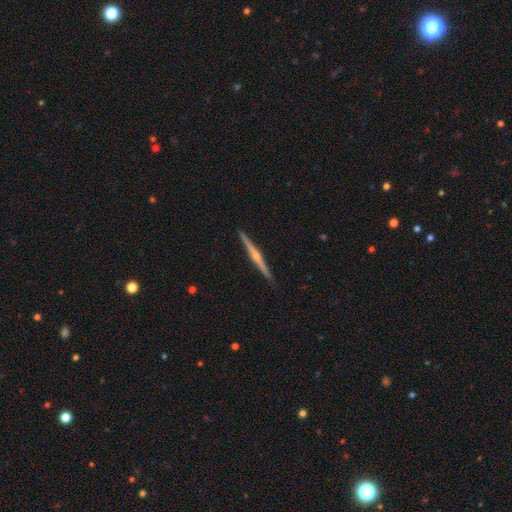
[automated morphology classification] The model was most divided on "smooth or featured": featured or disk: 79%, smooth: 16%, star or artifact: 5%. More confident: edge-on disk — yes (99%); merging — none (92%); edge-on bulge — rounded (81%).